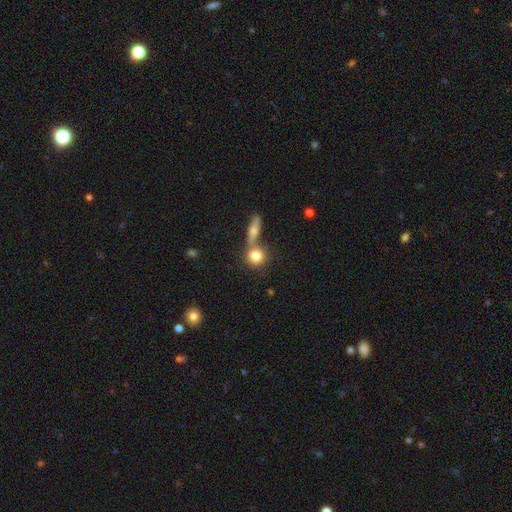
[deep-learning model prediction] The model was most divided on "merging": none: 52%, merger: 36%, minor disturbance: 9%, major disturbance: 4%. More confident: how rounded — round (81%); smooth or featured — smooth (79%).